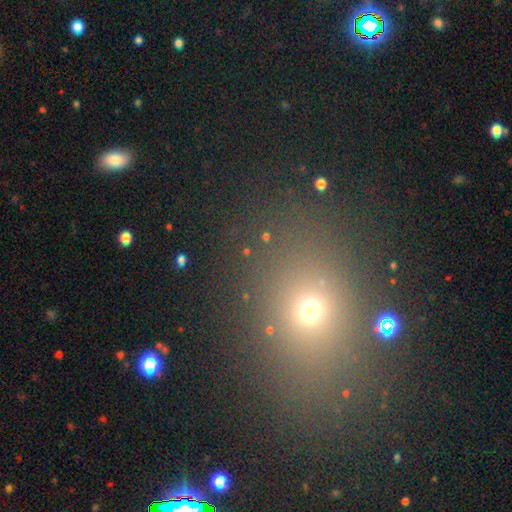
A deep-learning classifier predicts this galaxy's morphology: smooth 55%, star or artifact 34%, featured or disk 11%. Down the decision tree: how rounded — in between (51%); merging — none (84%).